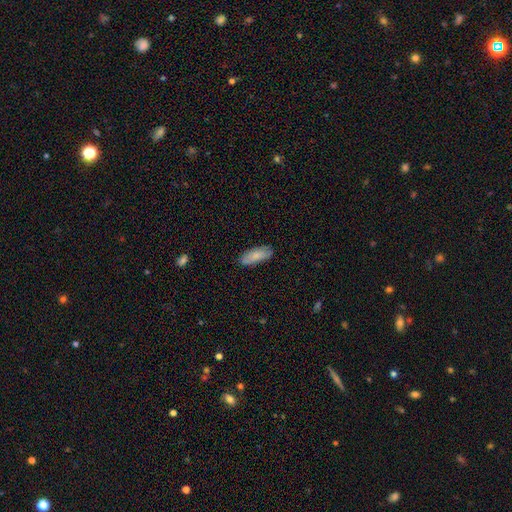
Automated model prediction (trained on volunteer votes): smooth 81%, featured or disk 13%, star or artifact 6%. Down the decision tree: how rounded — in between (73%); merging — none (83%).